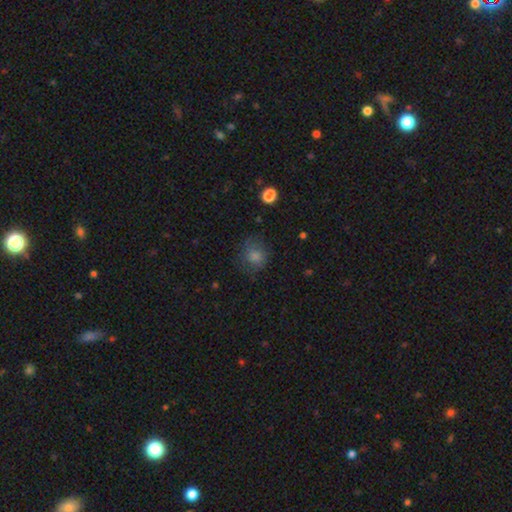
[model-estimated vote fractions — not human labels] Overall: smooth (72%). How rounded: round (75%). Merging: none (73%).